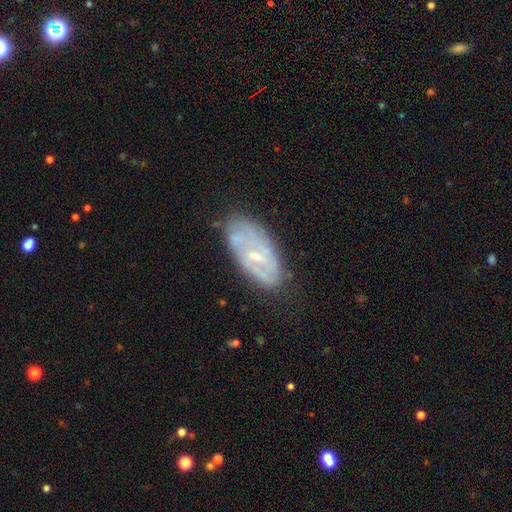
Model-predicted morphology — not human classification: featured or disk 67%, smooth 26%, star or artifact 7%. Down the decision tree: edge-on disk — no (92%); bar — weak (46%); spiral arms — yes (66%); bulge size — small (65%); merging — none (69%).